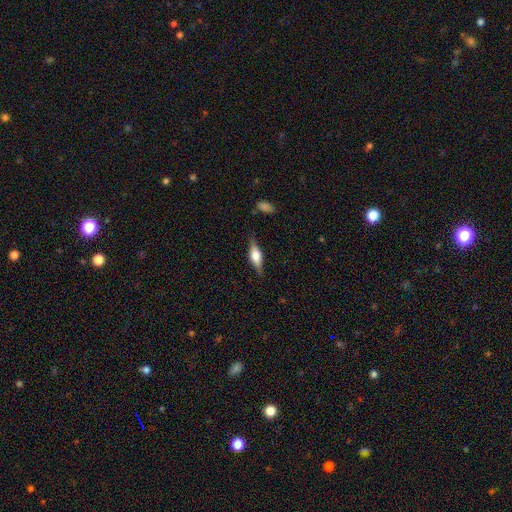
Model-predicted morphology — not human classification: smooth_or_featured: featured or disk (p=0.56) [alt: smooth p=0.37]
disk_edge_on: yes (p=0.95) [alt: no p=0.05]
edge_on_bulge: rounded (p=0.88) [alt: boxy p=0.10]
merging: none (p=0.82) [alt: minor disturbance p=0.13]